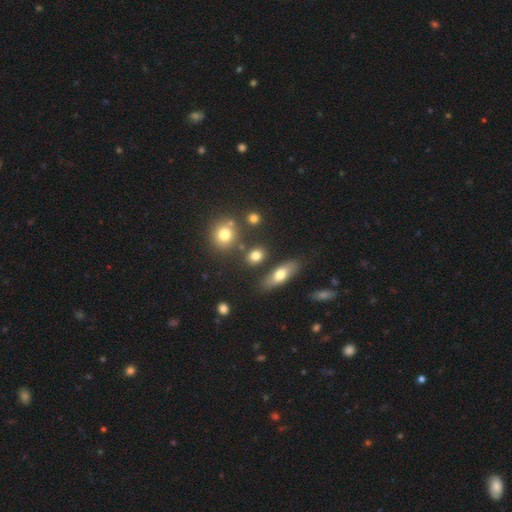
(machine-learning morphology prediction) Smooth or featured? smooth (78%)
How rounded? round (51%)
Merging? none (75%)